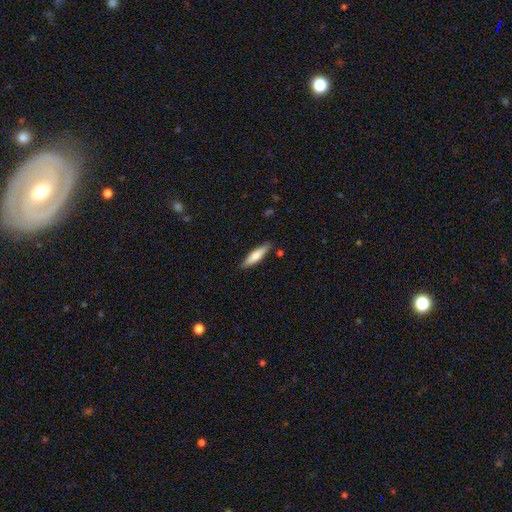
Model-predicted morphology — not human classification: Overall: smooth (68%). How rounded: cigar-shaped (72%). Merging: none (84%).